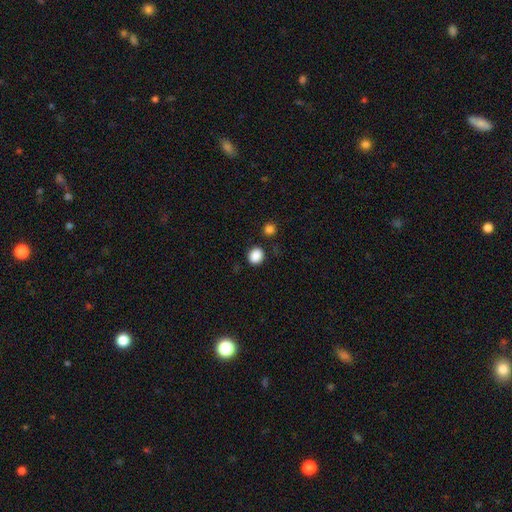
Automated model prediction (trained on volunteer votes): The model was most divided on "how rounded": round: 69%, in between: 30%, cigar-shaped: 1%. More confident: smooth or featured — smooth (87%); merging — none (85%).